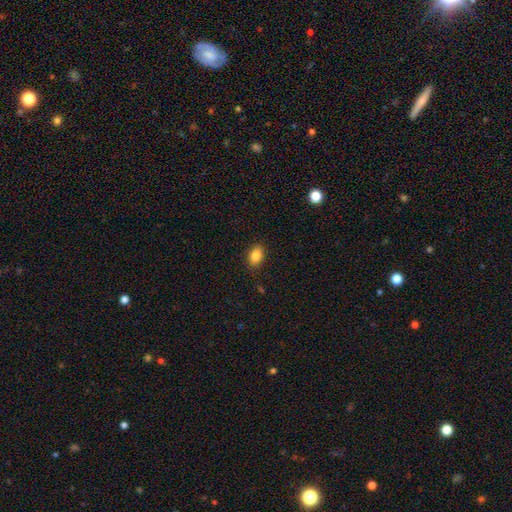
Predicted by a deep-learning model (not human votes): smooth 85%, star or artifact 9%, featured or disk 6%. Down the decision tree: how rounded — in between (79%); merging — none (87%).